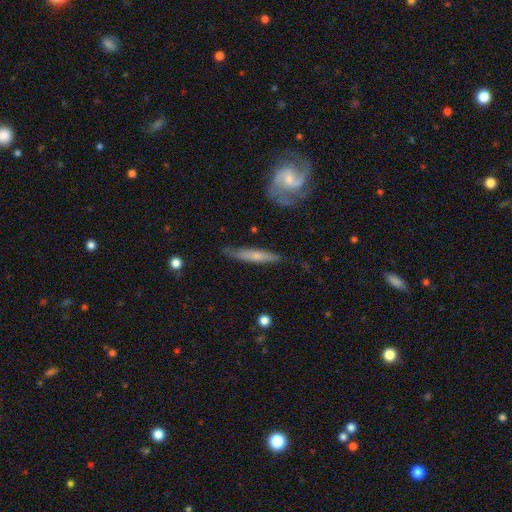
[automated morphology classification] A featured or disk galaxy (50%). Merging: none (77%).